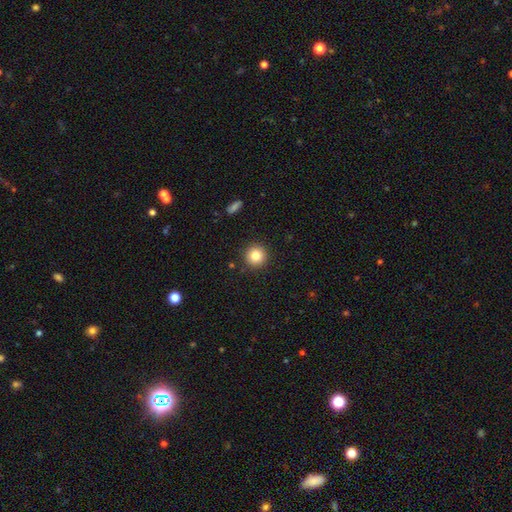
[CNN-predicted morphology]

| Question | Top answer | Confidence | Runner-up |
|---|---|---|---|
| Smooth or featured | smooth | 83% | star or artifact (10%) |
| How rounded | round | 95% | in between (4%) |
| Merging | none | 91% | minor disturbance (6%) |